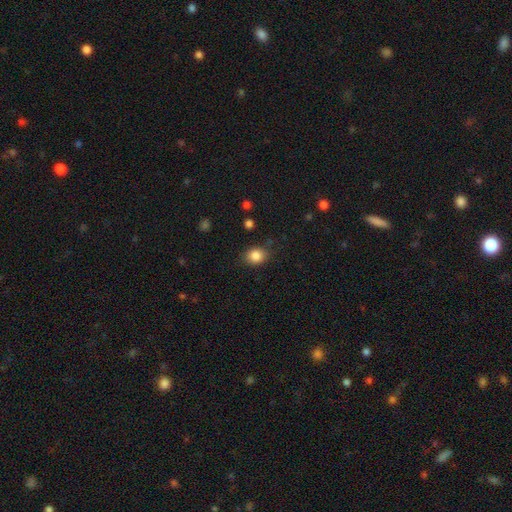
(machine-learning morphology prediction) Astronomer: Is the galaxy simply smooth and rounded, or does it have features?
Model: smooth — 85%.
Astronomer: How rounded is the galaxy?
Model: round — 56% (runner-up: in between, 44%).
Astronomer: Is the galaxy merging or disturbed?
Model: none — 82%.